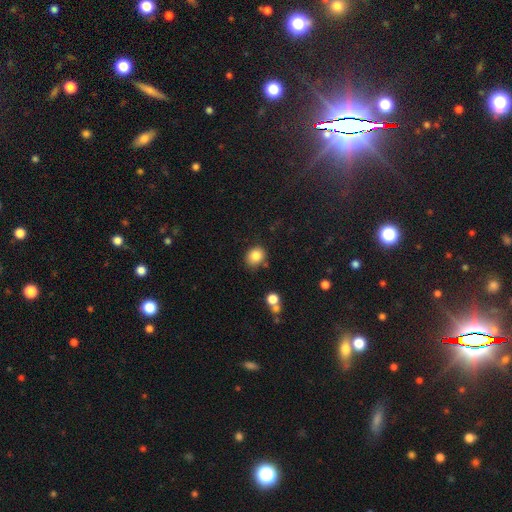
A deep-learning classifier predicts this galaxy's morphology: Smooth or featured? smooth (83%)
How rounded? round (63%)
Merging? none (73%)